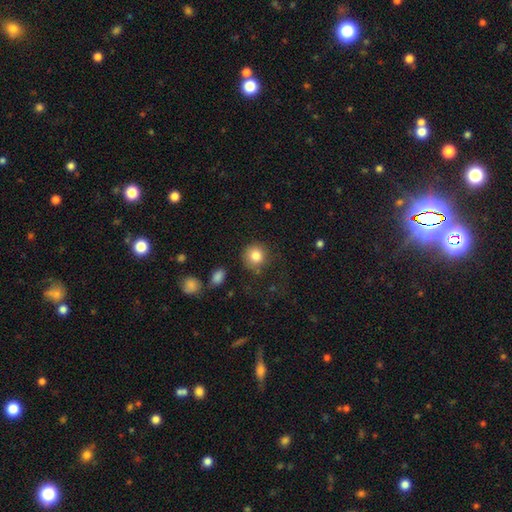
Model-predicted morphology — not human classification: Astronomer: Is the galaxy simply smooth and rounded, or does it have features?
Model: smooth — 83%.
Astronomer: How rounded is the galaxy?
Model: round — 90%.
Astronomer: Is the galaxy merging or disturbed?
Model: none — 80%.